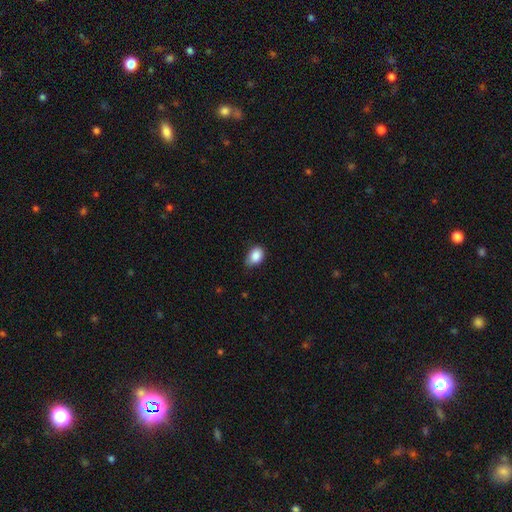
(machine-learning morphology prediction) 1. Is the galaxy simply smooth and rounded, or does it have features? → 88% smooth, 8% star or artifact, 4% featured or disk.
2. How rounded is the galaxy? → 78% in between, 21% round, 1% cigar-shaped.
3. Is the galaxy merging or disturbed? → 67% none, 28% minor disturbance, 4% major disturbance, 1% merger.